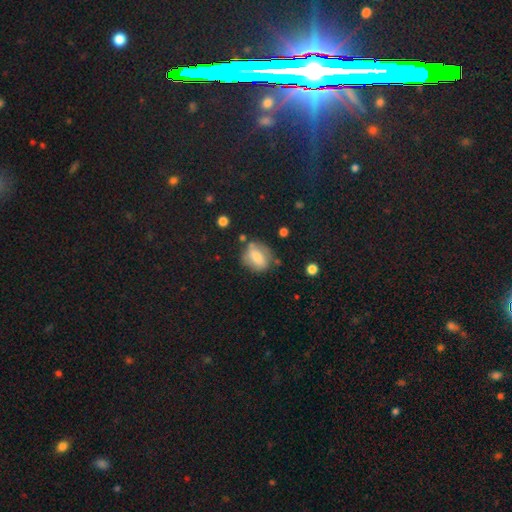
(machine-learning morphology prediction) Smooth or featured? Predicted: smooth (p=0.64). How rounded? Predicted: in between (p=0.52). Merging? Predicted: none (p=0.66).